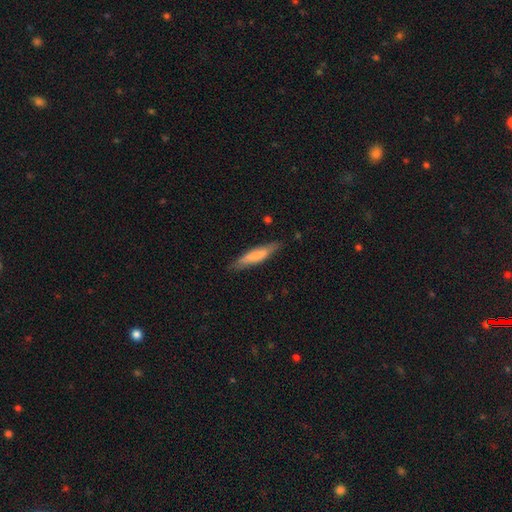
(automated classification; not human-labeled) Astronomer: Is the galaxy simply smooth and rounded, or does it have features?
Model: smooth — 68%.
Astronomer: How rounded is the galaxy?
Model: cigar-shaped — 83%.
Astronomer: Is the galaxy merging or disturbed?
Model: none — 82%.